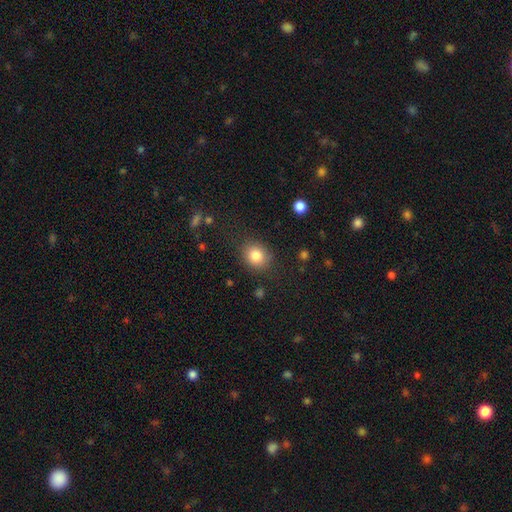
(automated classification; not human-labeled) Overall: smooth (83%). How rounded: round (70%). Merging: none (83%).